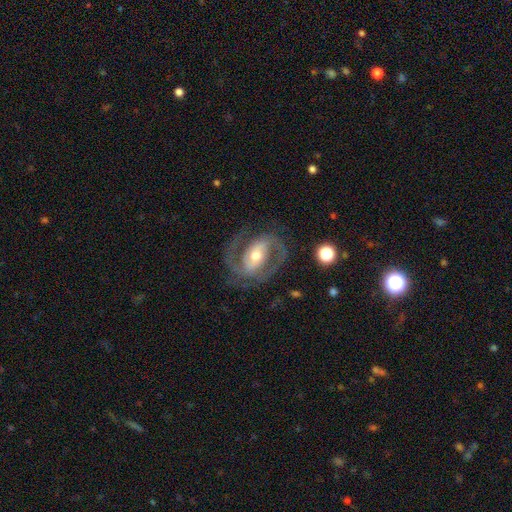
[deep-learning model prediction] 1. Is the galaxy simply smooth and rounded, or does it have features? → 88% featured or disk, 7% smooth, 5% star or artifact.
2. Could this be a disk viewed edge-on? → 97% no, 3% yes.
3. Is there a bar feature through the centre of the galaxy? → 39% weak, 37% strong, 24% no.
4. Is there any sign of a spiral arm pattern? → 95% yes, 5% no.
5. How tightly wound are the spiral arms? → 56% medium, 29% tight, 15% loose.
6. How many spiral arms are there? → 88% 2, 4% can't tell, 4% 3, 2% 1, 1% 4, 1% more than 4.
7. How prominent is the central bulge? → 66% moderate, 23% small, 8% large, 1% dominant, 1% none.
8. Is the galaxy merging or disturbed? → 76% none, 14% minor disturbance, 9% major disturbance, 1% merger.